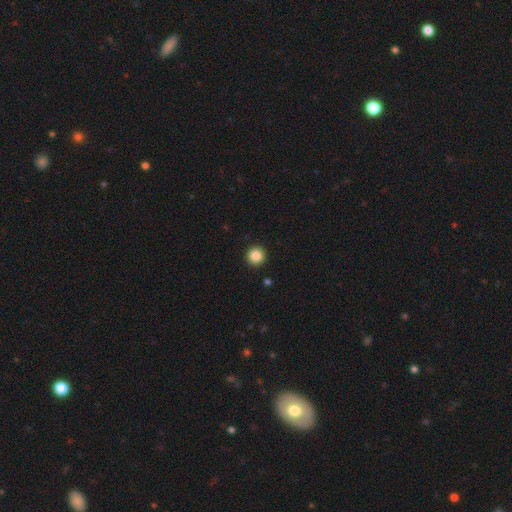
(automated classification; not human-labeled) smooth 87%, star or artifact 10%, featured or disk 3%. Down the decision tree: how rounded — round (95%); merging — none (93%).